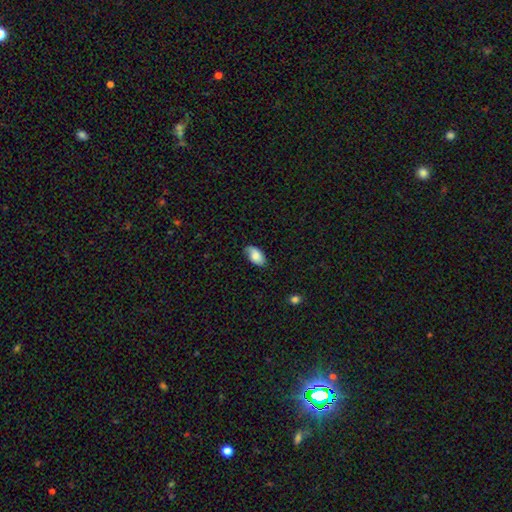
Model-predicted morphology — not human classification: Smooth or featured?
  - smooth: 78% *
  - featured or disk: 15%
  - star or artifact: 7%
How rounded?
  - in between: 94% *
  - round: 4%
  - cigar-shaped: 2%
Merging?
  - none: 70% *
  - minor disturbance: 24%
  - major disturbance: 5%
  - merger: 1%